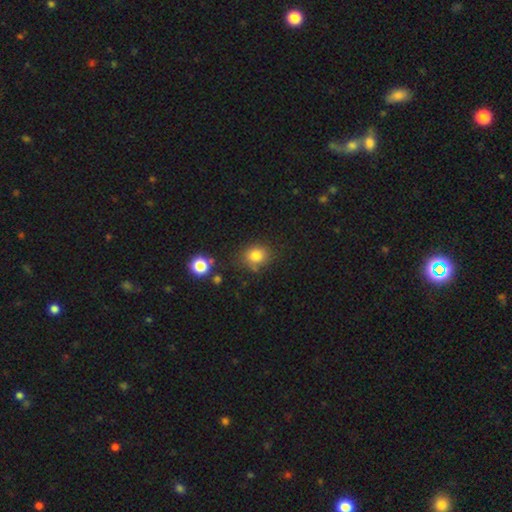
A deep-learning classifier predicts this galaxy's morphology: The model was most divided on "how rounded": round: 70%, in between: 29%, cigar-shaped: 1%. More confident: smooth or featured — smooth (81%); merging — none (76%).